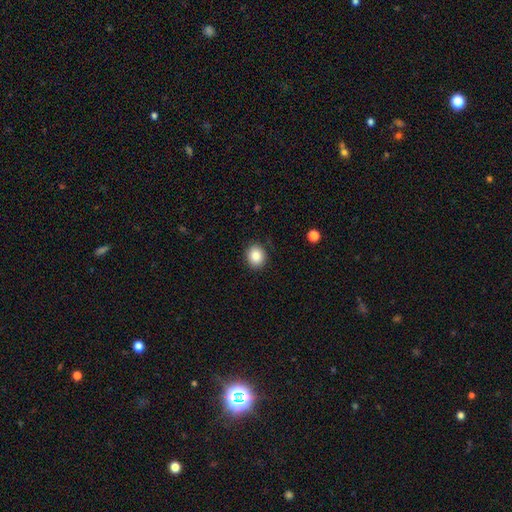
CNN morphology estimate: A smooth galaxy with no disk features (85%) that is round (72%).

Vote fractions:
- Smooth or featured? smooth: 85% / star or artifact: 9% / featured or disk: 5%
- How rounded? round: 72% / in between: 27% / cigar-shaped: 1%
- Merging? none: 89% / minor disturbance: 8% / major disturbance: 2% / merger: 1%